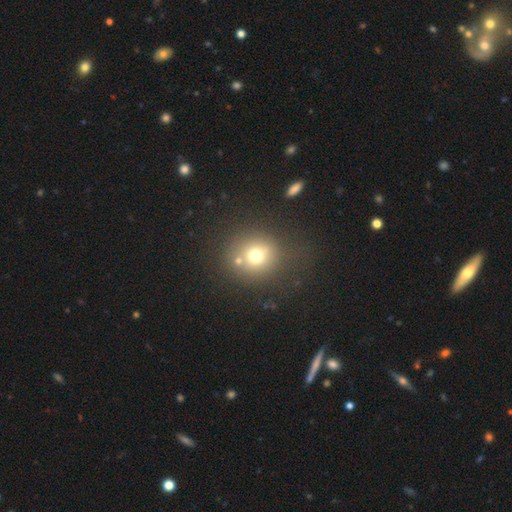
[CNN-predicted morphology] Overall: smooth (69%). How rounded: round (86%). Merging: none (68%).